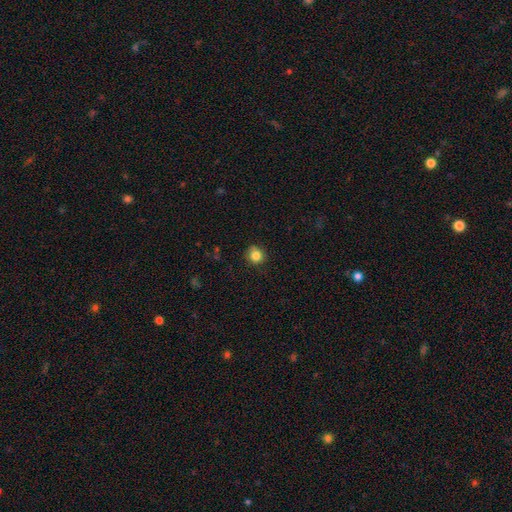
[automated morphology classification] Overall: smooth (83%). How rounded: round (90%). Merging: none (83%).